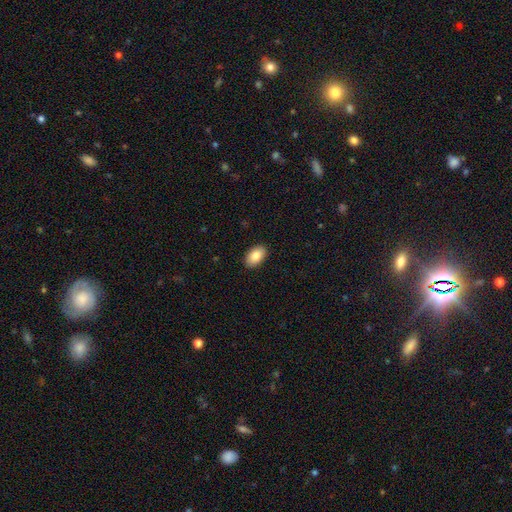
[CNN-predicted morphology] smooth-or-featured: smooth: 85% | featured or disk: 8% | star or artifact: 7%
  how-rounded: in between: 92% | round: 7% | cigar-shaped: 1%
  merging: none: 90% | minor disturbance: 7% | major disturbance: 2% | merger: 1%